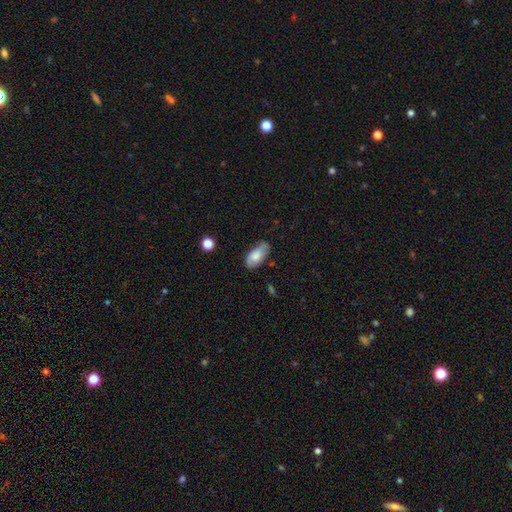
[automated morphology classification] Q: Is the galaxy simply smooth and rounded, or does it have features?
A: smooth — 75%.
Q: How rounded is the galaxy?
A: in between — 91%.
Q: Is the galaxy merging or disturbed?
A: none — 66%.